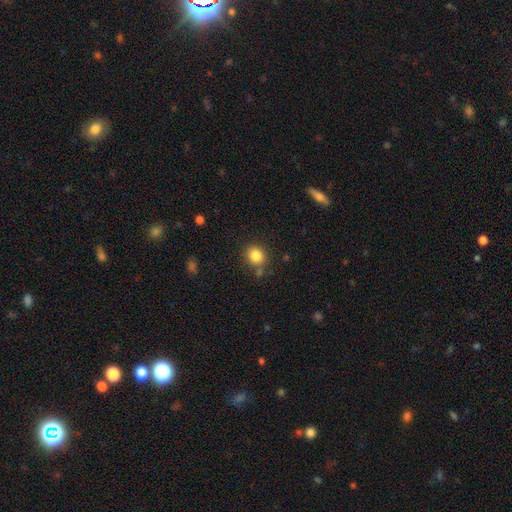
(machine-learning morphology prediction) The model was most divided on "how rounded": round: 78%, in between: 21%, cigar-shaped: 1%. More confident: smooth or featured — smooth (84%); merging — none (80%).